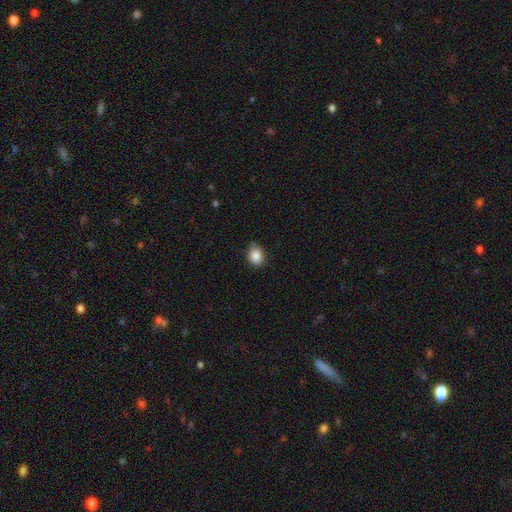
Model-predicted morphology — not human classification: Overall: smooth (87%). How rounded: in between (51%; round 48%). Merging: none (76%).